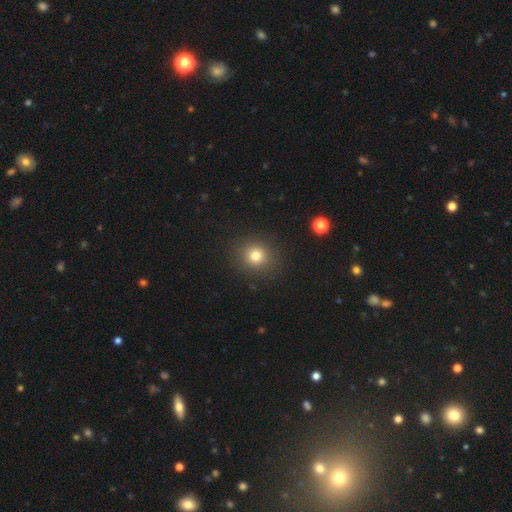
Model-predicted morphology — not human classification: A smooth galaxy with no disk features (79%) that is round (84%). Merging: none (89%).